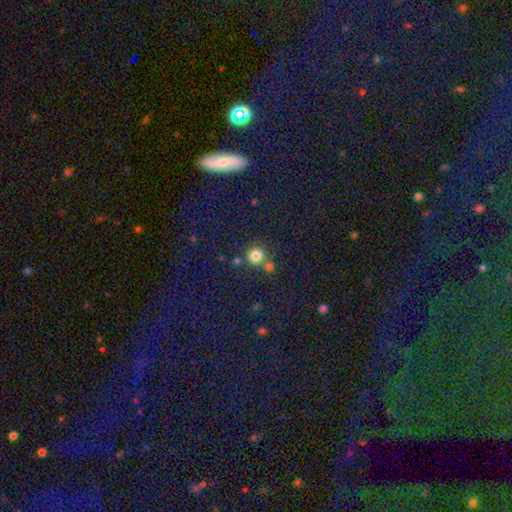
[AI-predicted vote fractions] Q: Smooth or featured?
A: smooth (79%); runner-up: star or artifact (15%)
Q: How rounded?
A: round (91%); runner-up: in between (8%)
Q: Merging?
A: none (62%); runner-up: merger (25%)